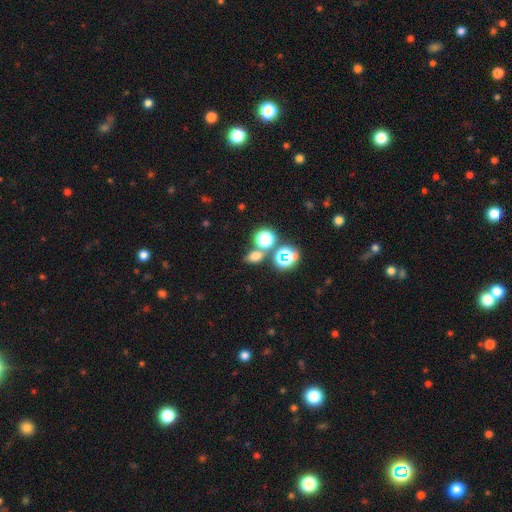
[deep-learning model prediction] This is likely a smooth galaxy (62%). How rounded: possibly in between (57%). Merging: likely none (65%).